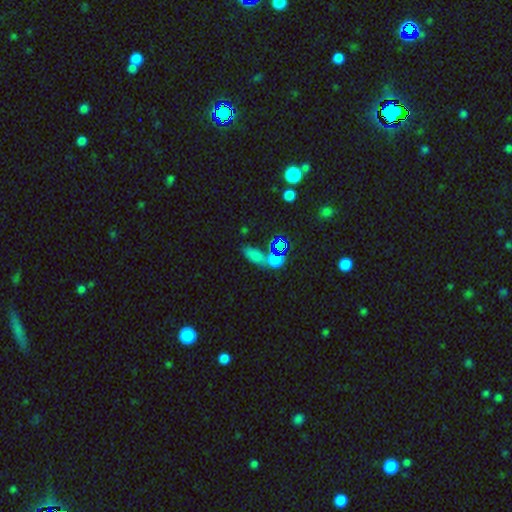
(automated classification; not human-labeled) smooth_or_featured: smooth (p=0.63) [alt: star or artifact p=0.29]
how_rounded: in between (p=0.70) [alt: cigar-shaped p=0.16]
merging: none (p=0.53) [alt: merger p=0.26]